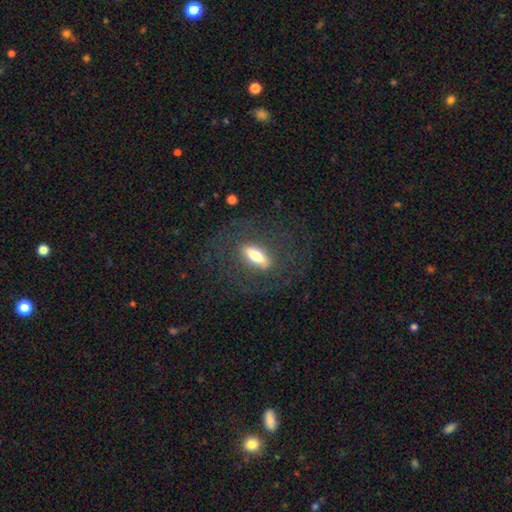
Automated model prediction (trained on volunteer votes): This appears to be a featured or disk galaxy (50%). Merging: none (74%).